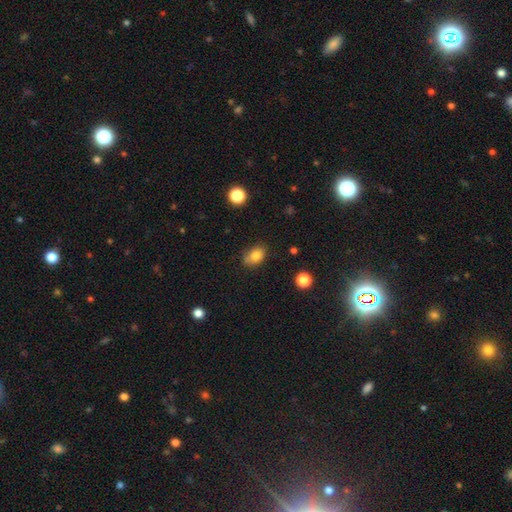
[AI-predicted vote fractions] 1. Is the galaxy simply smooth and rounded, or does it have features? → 80% smooth, 11% star or artifact, 9% featured or disk.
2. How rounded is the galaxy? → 74% in between, 24% round, 2% cigar-shaped.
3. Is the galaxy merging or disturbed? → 66% none, 24% minor disturbance, 6% merger, 5% major disturbance.